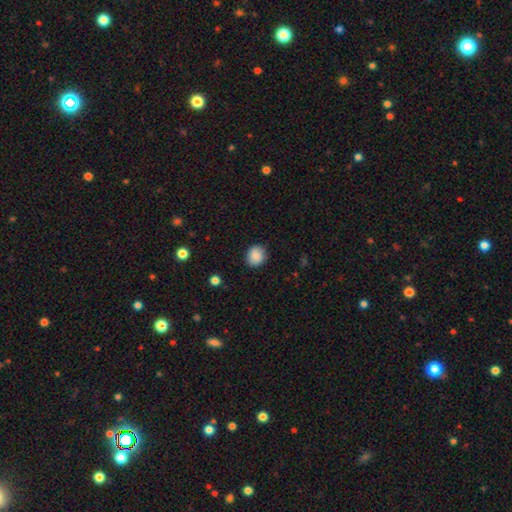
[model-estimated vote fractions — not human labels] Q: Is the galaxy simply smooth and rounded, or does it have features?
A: smooth — 84%.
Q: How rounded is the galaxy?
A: round — 69%.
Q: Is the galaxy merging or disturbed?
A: none — 86%.